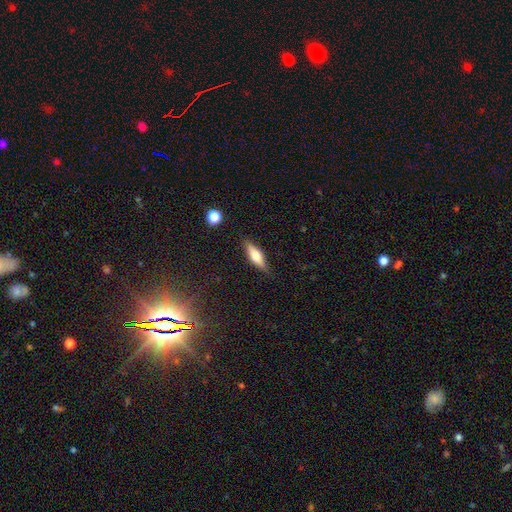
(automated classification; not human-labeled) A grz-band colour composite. It shows a smooth galaxy with no disk features (58%) that is cigar-shaped (53%). Merging: none (85%).